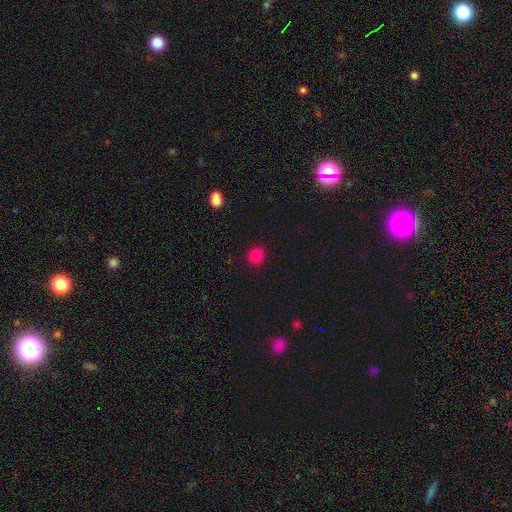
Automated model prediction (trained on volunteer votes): Overall: smooth (84%). How rounded: round (85%). Merging: none (89%).